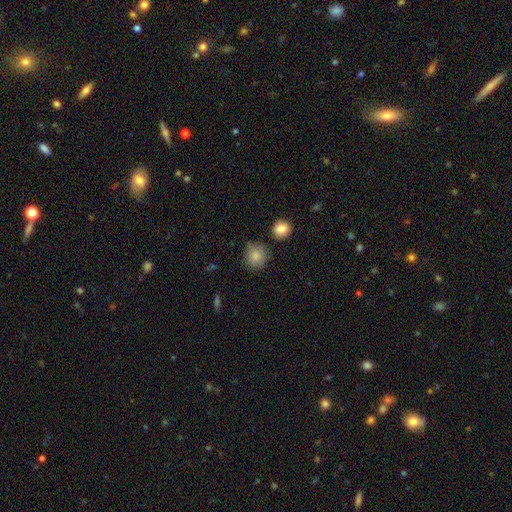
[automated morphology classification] smooth 84%, star or artifact 9%, featured or disk 7%. Down the decision tree: how rounded — round (90%); merging — none (76%).